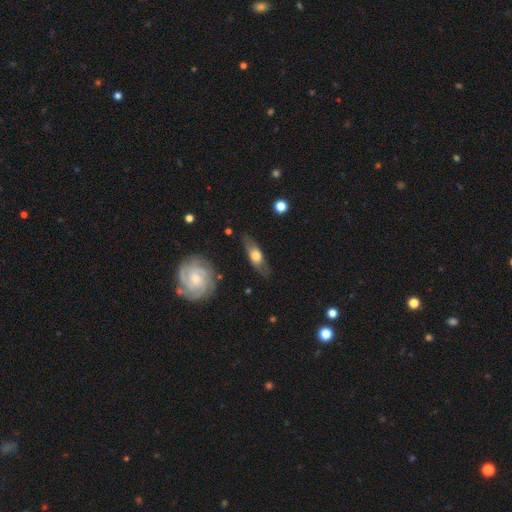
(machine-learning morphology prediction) Q: Smooth or featured?
A: featured or disk (47%); runner-up: smooth (46%)
Q: Merging?
A: none (73%); runner-up: minor disturbance (18%)